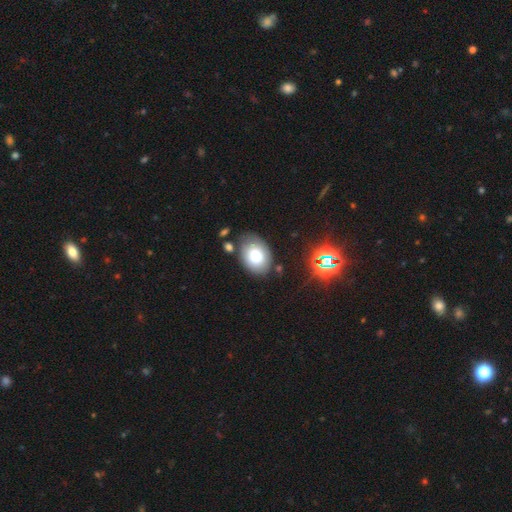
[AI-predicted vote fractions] Overall: smooth (78%). How rounded: in between (78%). Merging: none (72%).